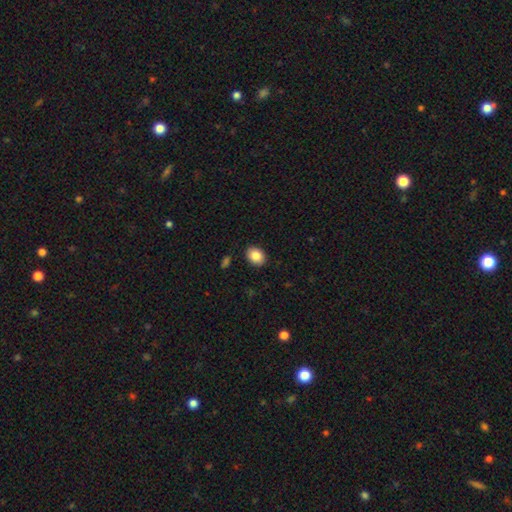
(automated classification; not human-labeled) The model was most divided on "how rounded": in between: 58%, round: 41%, cigar-shaped: 1%. More confident: merging — none (89%); smooth or featured — smooth (86%).